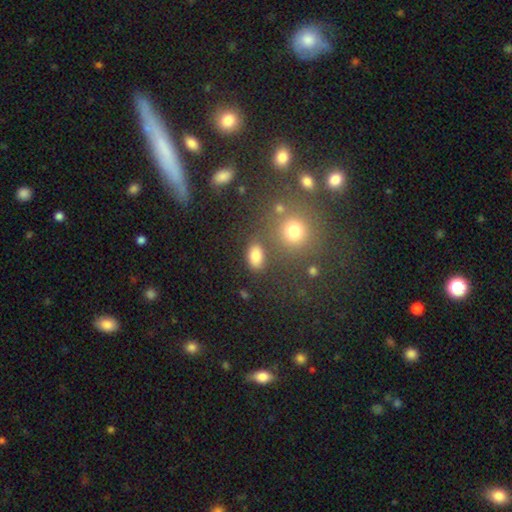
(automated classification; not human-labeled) A smooth galaxy with no disk features (81%) that is in between round and cigar-shaped (86%).

Vote fractions:
- Smooth or featured? smooth: 81% / star or artifact: 12% / featured or disk: 7%
- How rounded? in between: 86% / round: 12% / cigar-shaped: 2%
- Merging? none: 72% / minor disturbance: 14% / merger: 9% / major disturbance: 5%